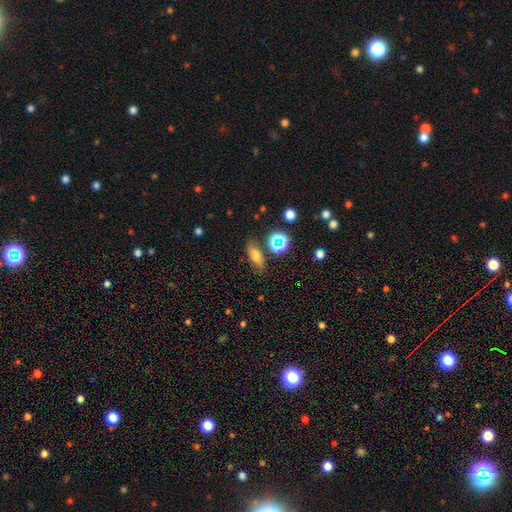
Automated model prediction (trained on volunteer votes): Smooth or featured: smooth — 64% (featured or disk — 18%)
How rounded: in between — 66% (cigar-shaped — 21%)
Merging: none — 77% (minor disturbance — 14%)